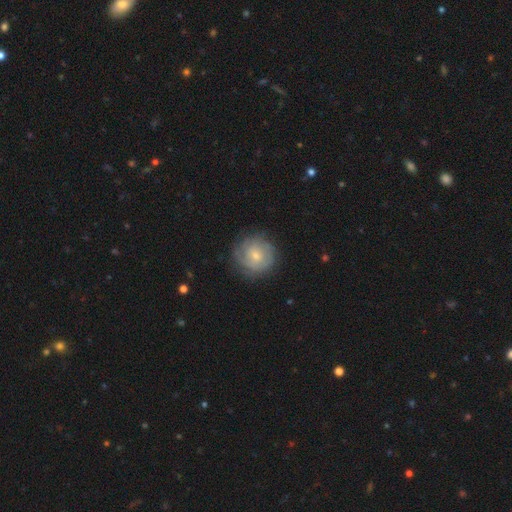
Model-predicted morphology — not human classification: A featured or disk galaxy (54%) with no bar (73%), spiral arms (81%) and a small central bulge (66%).

Vote fractions:
- Smooth or featured? featured or disk: 54% / smooth: 39% / star or artifact: 7%
- Edge-on disk? no: 98% / yes: 2%
- Bar? no: 73% / weak: 24% / strong: 3%
- Spiral arms? yes: 81% / no: 19%
- Bulge size? small: 66% / moderate: 28% / none: 2% / large: 2% / dominant: 1%
- Merging? none: 79% / minor disturbance: 15% / major disturbance: 6% / merger: 1%